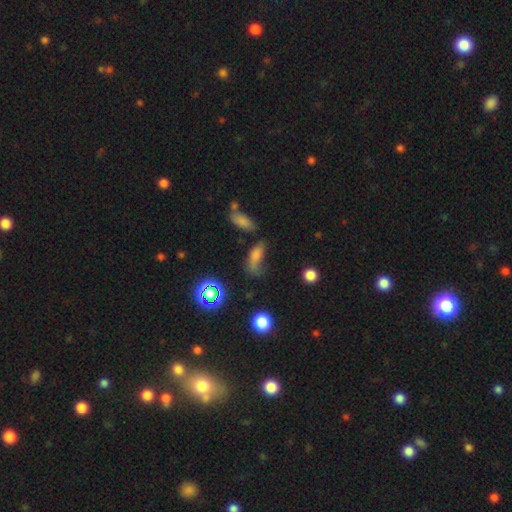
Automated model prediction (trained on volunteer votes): Smooth or featured? Predicted: smooth (p=0.55). How rounded? Predicted: in between (p=0.67). Merging? Predicted: none (p=0.35).